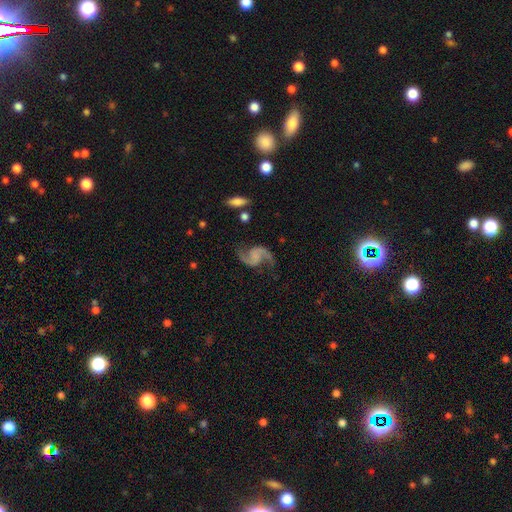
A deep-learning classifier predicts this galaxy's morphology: Smooth or featured? featured or disk (91%)
Edge-on disk? no (98%)
Bar? no (59%)
Spiral arms? yes (98%)
Spiral winding? loose (65%)
Spiral arm count? 2 (94%)
Bulge size? none (66%)
Merging? none (75%)